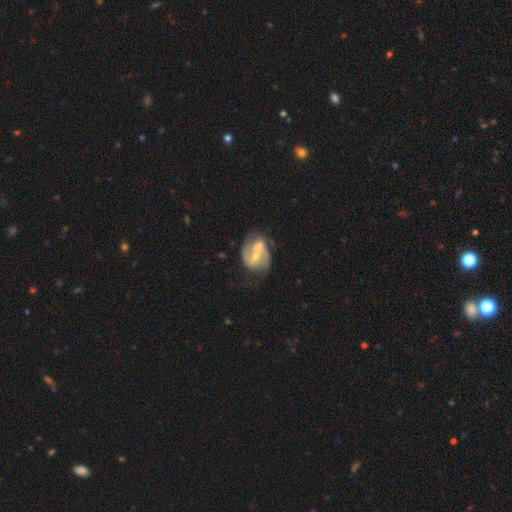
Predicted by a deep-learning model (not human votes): The model was most divided on "bar": no: 43%, weak: 40%, strong: 17%. Remaining: edge-on disk — no (97%); spiral arm count — 2 (80%); spiral arms — yes (79%); smooth or featured — featured or disk (73%); bulge size — moderate (59%); merging — merger (51%); spiral winding — medium (47%).